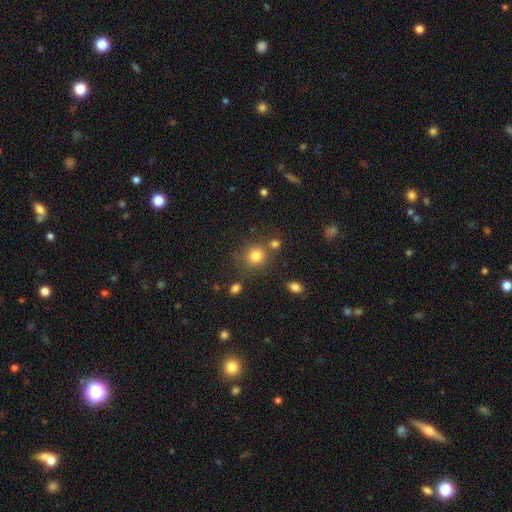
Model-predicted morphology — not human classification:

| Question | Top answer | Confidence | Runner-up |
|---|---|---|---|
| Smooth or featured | smooth | 80% | star or artifact (13%) |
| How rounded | round | 86% | in between (13%) |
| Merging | none | 72% | merger (12%) |